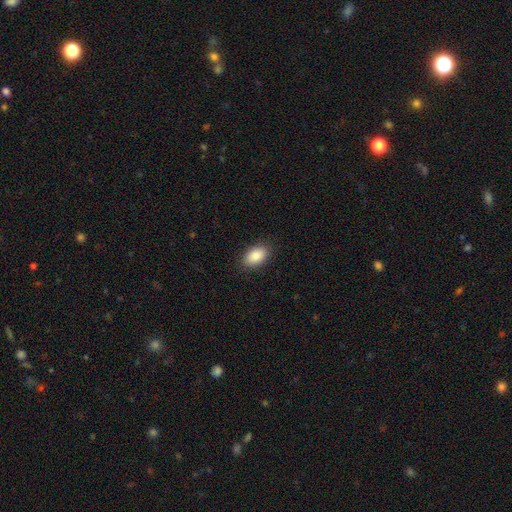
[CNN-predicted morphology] The model was most divided on "merging": none: 88%, minor disturbance: 9%, major disturbance: 2%, merger: 1%. More confident: how rounded — in between (91%); smooth or featured — smooth (86%).